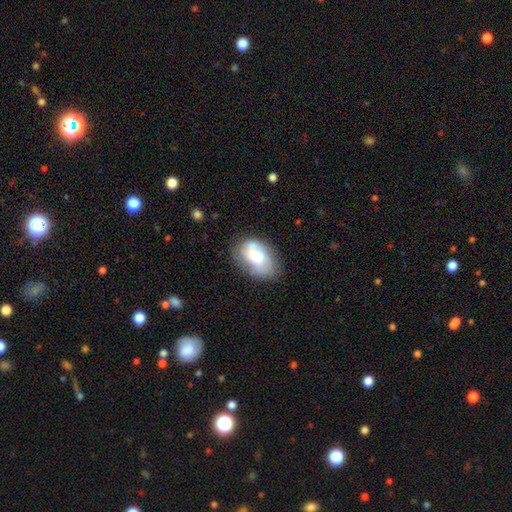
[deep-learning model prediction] Smooth or featured? Predicted: featured or disk (p=0.48). Merging? Predicted: none (p=0.58).